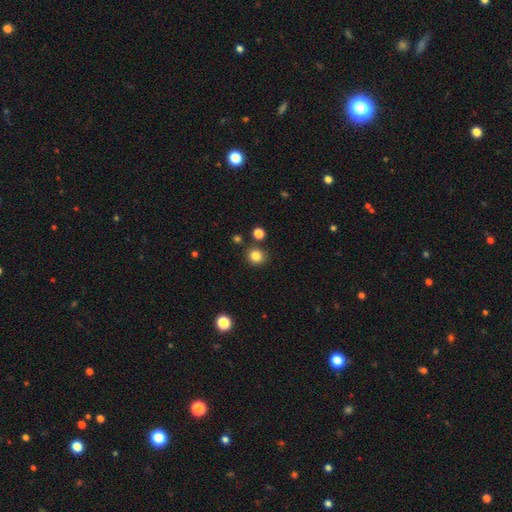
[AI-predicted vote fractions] A smooth galaxy with no disk features (83%) that is round (88%).

Vote fractions:
- Smooth or featured? smooth: 83% / star or artifact: 12% / featured or disk: 4%
- How rounded? round: 88% / in between: 11% / cigar-shaped: 1%
- Merging? none: 86% / minor disturbance: 7% / merger: 5% / major disturbance: 2%